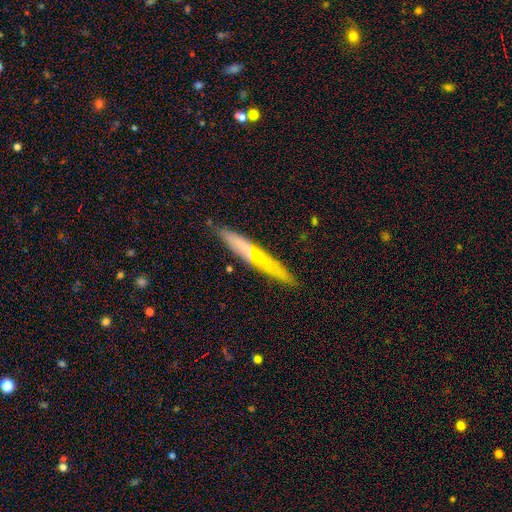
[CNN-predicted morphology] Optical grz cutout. It shows a smooth galaxy with no disk features (52%) that is cigar-shaped (93%). Merging: none (82%).